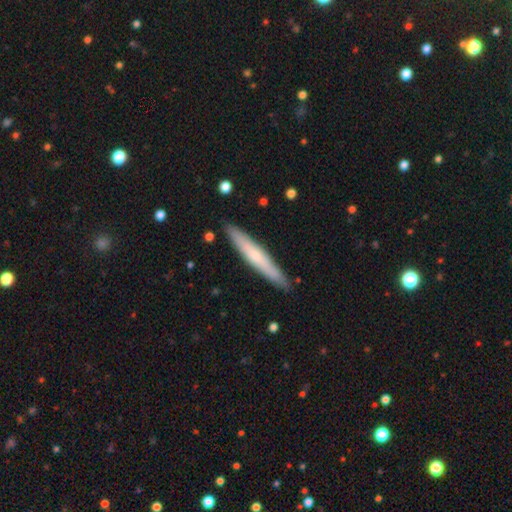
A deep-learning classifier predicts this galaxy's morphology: Overall: smooth (56%; featured or disk 39%). How rounded: cigar-shaped (95%). Merging: none (89%).